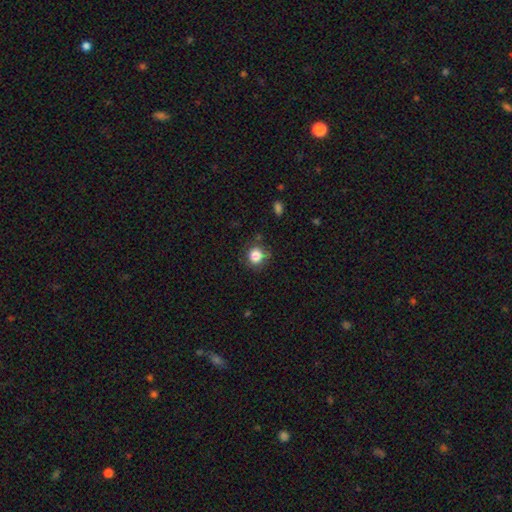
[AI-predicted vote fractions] This appears to be a smooth galaxy with no disk features (85%) that is round (87%). Merging: none (79%).